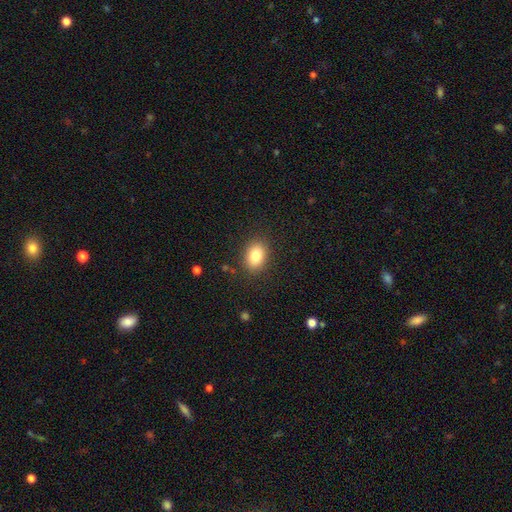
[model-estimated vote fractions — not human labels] Overall: smooth (82%). How rounded: in between (71%). Merging: none (87%).